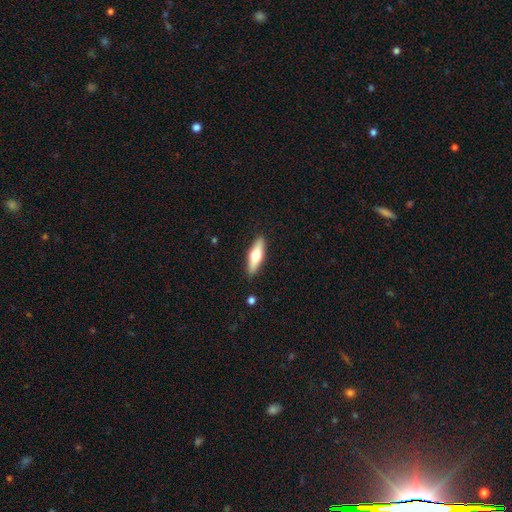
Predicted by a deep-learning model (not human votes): smooth_or_featured: smooth (p=0.56) [alt: featured or disk p=0.38]
how_rounded: cigar-shaped (p=0.51) [alt: in between p=0.47]
merging: none (p=0.89) [alt: minor disturbance p=0.08]